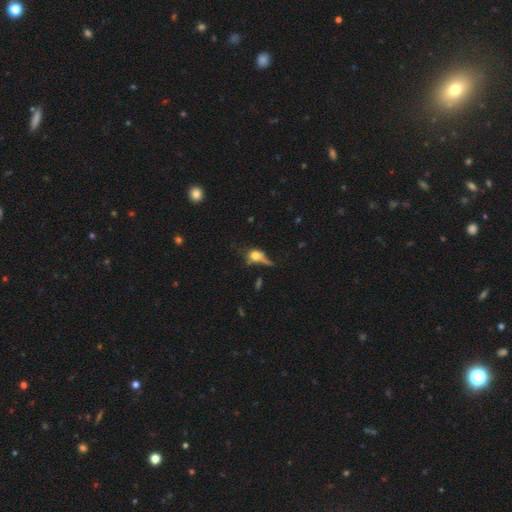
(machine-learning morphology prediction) This appears to be a smooth galaxy with no disk features (63%) that is round (57%). Merging: none (36%).